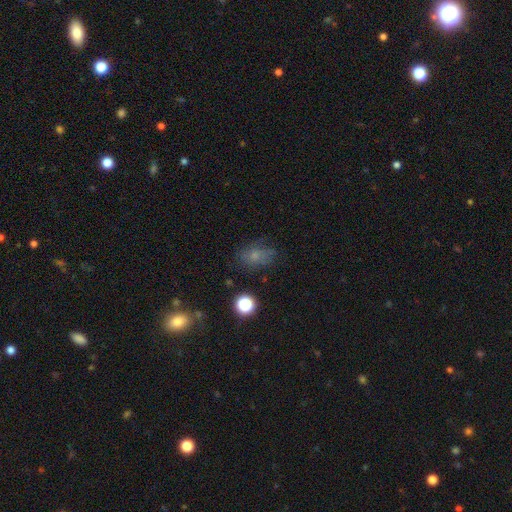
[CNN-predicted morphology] Smooth or featured? smooth (63%)
How rounded? in between (73%)
Merging? none (65%)